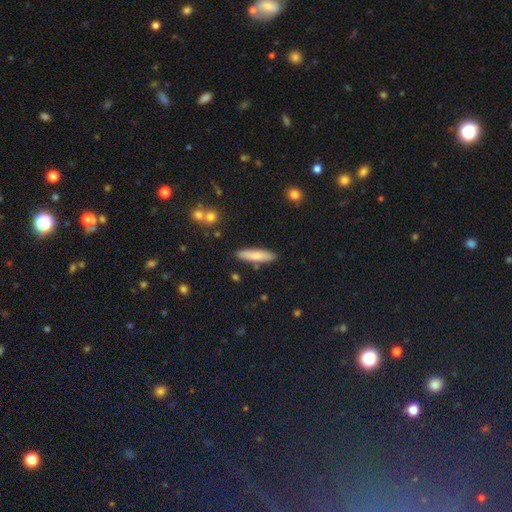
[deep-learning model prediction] Smooth or featured: smooth — 77% (featured or disk — 17%)
How rounded: cigar-shaped — 78% (in between — 20%)
Merging: none — 86% (minor disturbance — 9%)